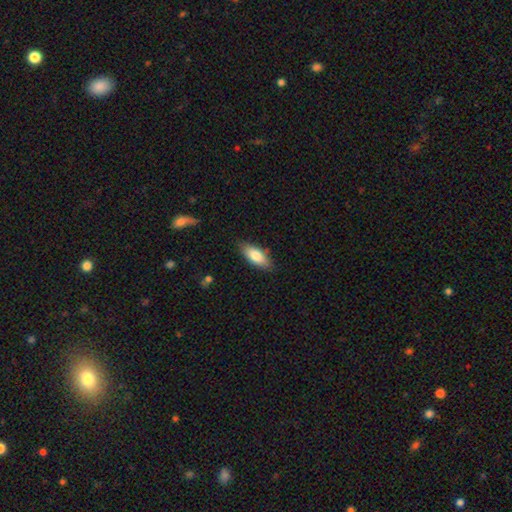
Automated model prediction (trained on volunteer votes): smooth-or-featured: smooth: 80% | featured or disk: 14% | star or artifact: 6%
  how-rounded: in between: 80% | cigar-shaped: 18% | round: 2%
  merging: none: 84% | minor disturbance: 13% | major disturbance: 2% | merger: 1%